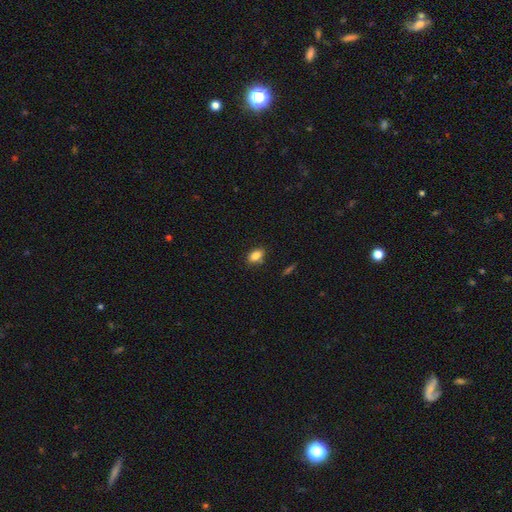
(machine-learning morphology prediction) A smooth galaxy with no disk features (84%) that is in between round and cigar-shaped (86%).

Vote fractions:
- Smooth or featured? smooth: 84% / star or artifact: 9% / featured or disk: 7%
- How rounded? in between: 86% / round: 11% / cigar-shaped: 4%
- Merging? none: 84% / minor disturbance: 12% / major disturbance: 2% / merger: 2%